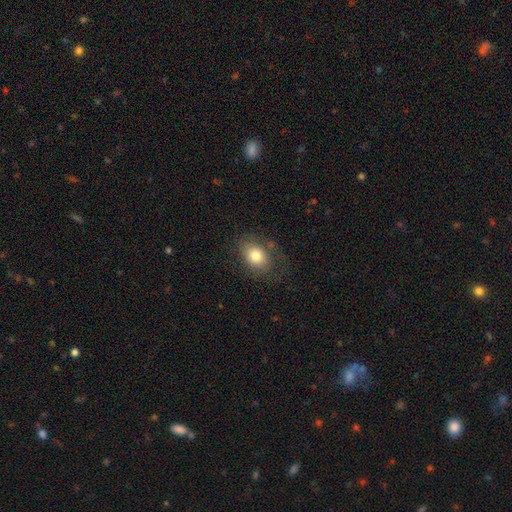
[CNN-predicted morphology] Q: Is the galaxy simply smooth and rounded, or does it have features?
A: smooth — 77%.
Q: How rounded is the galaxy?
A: in between — 64%.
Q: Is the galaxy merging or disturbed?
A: none — 66%.